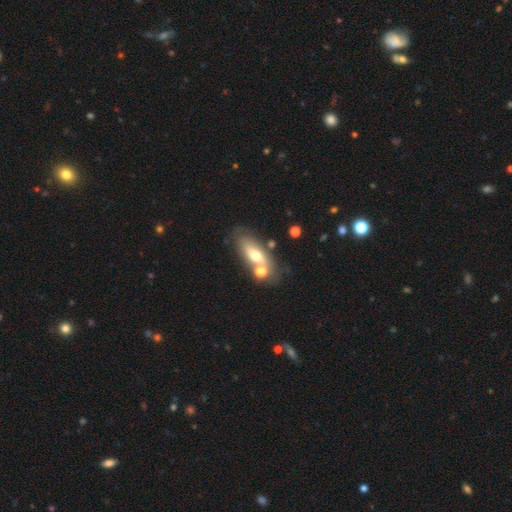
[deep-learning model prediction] A smooth galaxy with no disk features (53%) that is in between round and cigar-shaped (68%).

Vote fractions:
- Smooth or featured? smooth: 53% / featured or disk: 39% / star or artifact: 9%
- How rounded? in between: 68% / cigar-shaped: 25% / round: 7%
- Merging? none: 55% / merger: 22% / minor disturbance: 16% / major disturbance: 7%